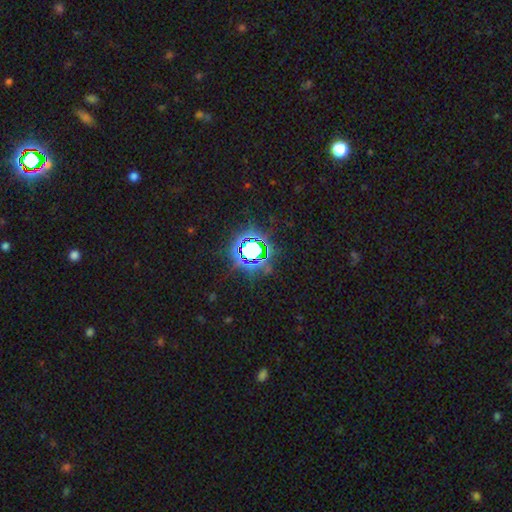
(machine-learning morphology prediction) Overall: star or artifact (74%).